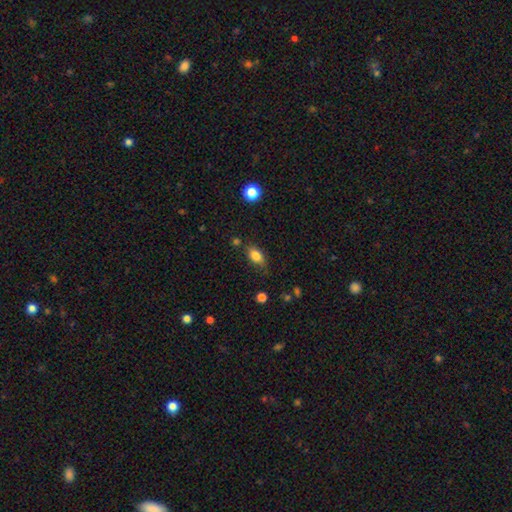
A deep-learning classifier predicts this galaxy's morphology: Overall: smooth (81%). How rounded: in between (82%). Merging: none (70%).